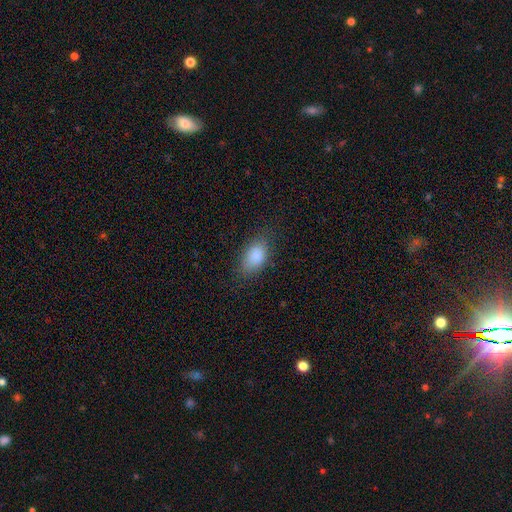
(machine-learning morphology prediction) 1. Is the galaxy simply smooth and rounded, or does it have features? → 87% smooth, 8% star or artifact, 5% featured or disk.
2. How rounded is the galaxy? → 91% in between, 7% round, 3% cigar-shaped.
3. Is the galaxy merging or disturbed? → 78% none, 16% minor disturbance, 5% major disturbance, 1% merger.